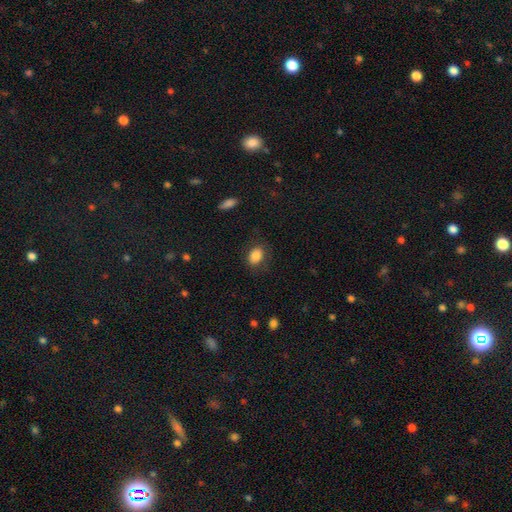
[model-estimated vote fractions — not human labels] Overall: smooth (86%). How rounded: in between (76%). Merging: none (78%).